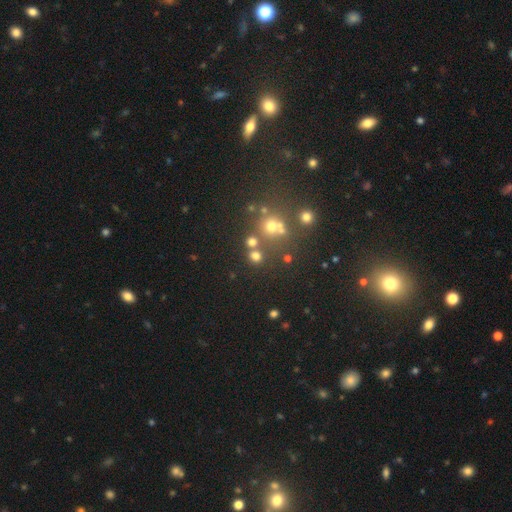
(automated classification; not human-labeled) Smooth or featured: smooth — 68% (star or artifact — 22%)
How rounded: round — 86% (in between — 13%)
Merging: none — 69% (merger — 19%)